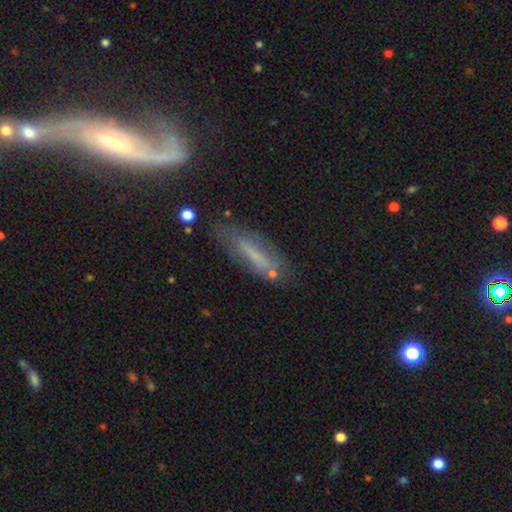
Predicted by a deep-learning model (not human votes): Smooth or featured? smooth (49%)
Merging? none (61%)